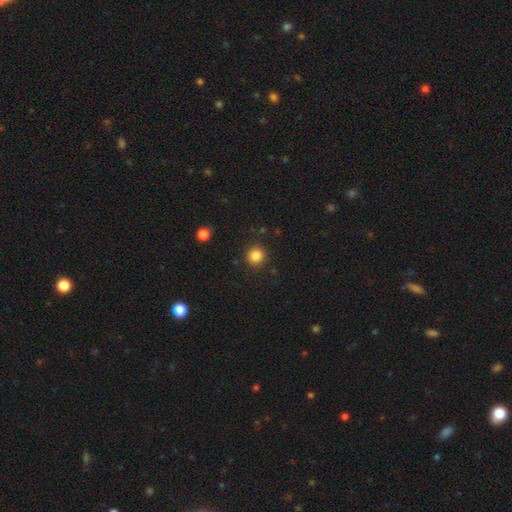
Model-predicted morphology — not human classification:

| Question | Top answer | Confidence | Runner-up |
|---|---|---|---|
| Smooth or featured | smooth | 85% | star or artifact (11%) |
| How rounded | round | 92% | in between (7%) |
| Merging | none | 90% | minor disturbance (6%) |